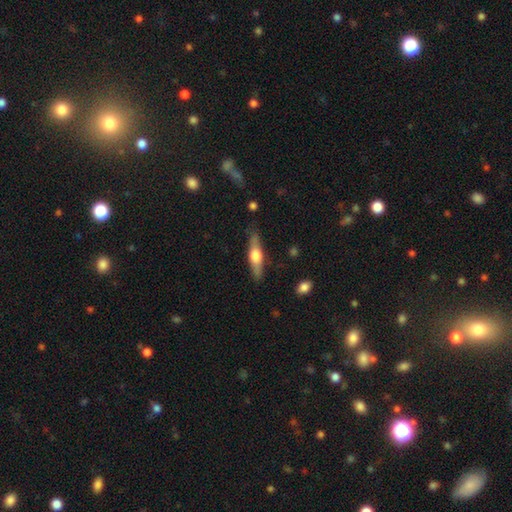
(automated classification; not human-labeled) Smooth or featured: featured or disk — 58% (smooth — 37%)
Edge-on disk: yes — 95% (no — 5%)
Edge-on bulge: rounded — 93% (boxy — 5%)
Merging: none — 85% (minor disturbance — 11%)